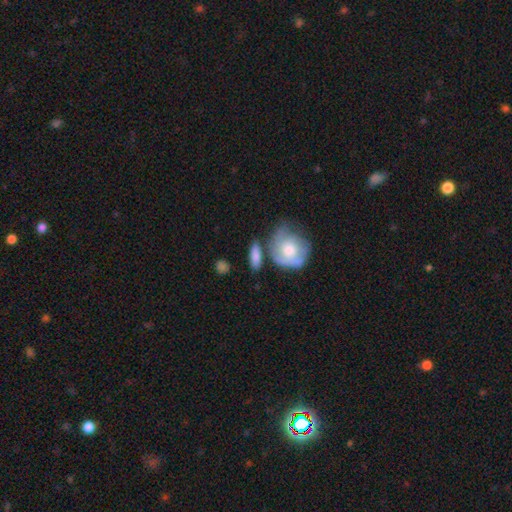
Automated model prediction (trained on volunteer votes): Smooth or featured?
  - smooth: 73% *
  - featured or disk: 21%
  - star or artifact: 6%
How rounded?
  - in between: 58% *
  - cigar-shaped: 28%
  - round: 13%
Merging?
  - none: 59% *
  - minor disturbance: 21%
  - merger: 13%
  - major disturbance: 7%